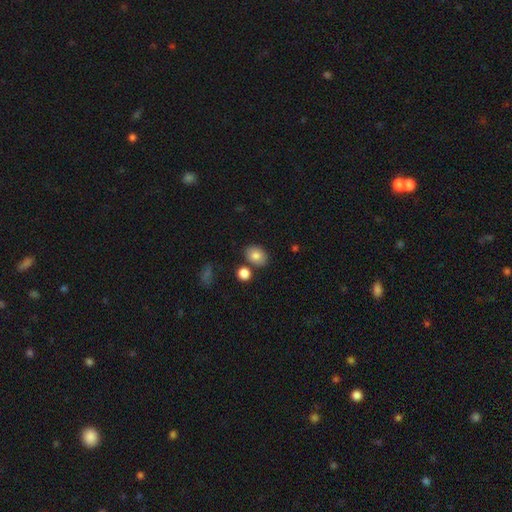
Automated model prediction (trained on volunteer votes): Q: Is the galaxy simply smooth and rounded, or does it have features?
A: smooth — 83%.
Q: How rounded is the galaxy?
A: in between — 68%.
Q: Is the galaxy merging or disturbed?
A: none — 77%.